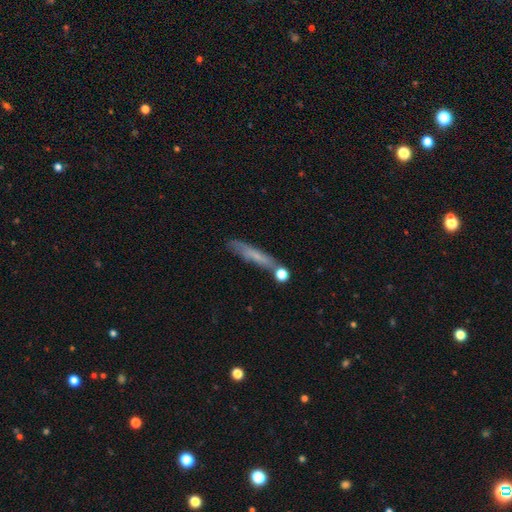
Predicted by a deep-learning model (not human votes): Smooth or featured?
  - smooth: 57% *
  - featured or disk: 33%
  - star or artifact: 9%
How rounded?
  - cigar-shaped: 88% *
  - in between: 9%
  - round: 3%
Merging?
  - none: 70% *
  - minor disturbance: 18%
  - merger: 7%
  - major disturbance: 5%